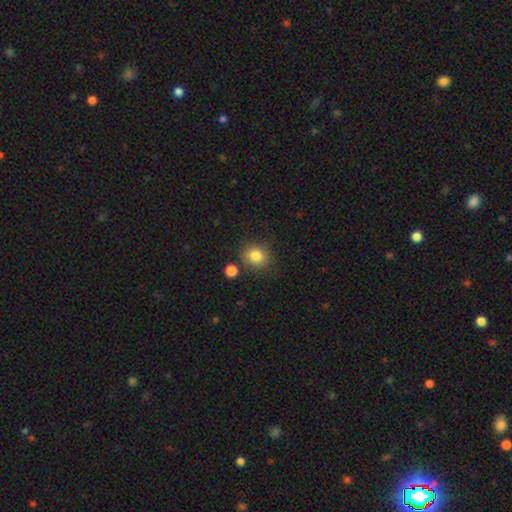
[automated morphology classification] Smooth or featured? Predicted: smooth (p=0.83). How rounded? Predicted: round (p=0.78). Merging? Predicted: none (p=0.79).